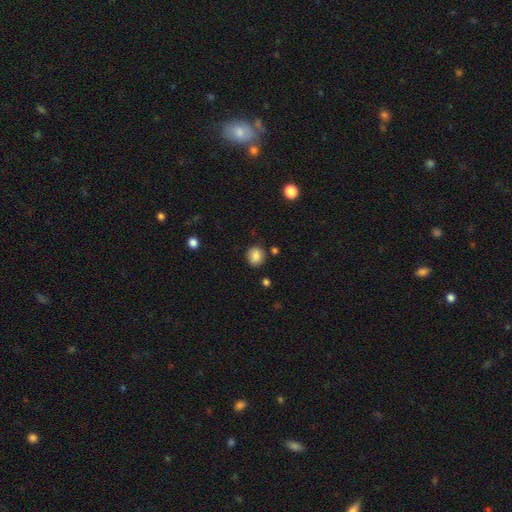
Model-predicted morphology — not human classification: Smooth or featured? smooth (85%)
How rounded? round (79%)
Merging? none (84%)